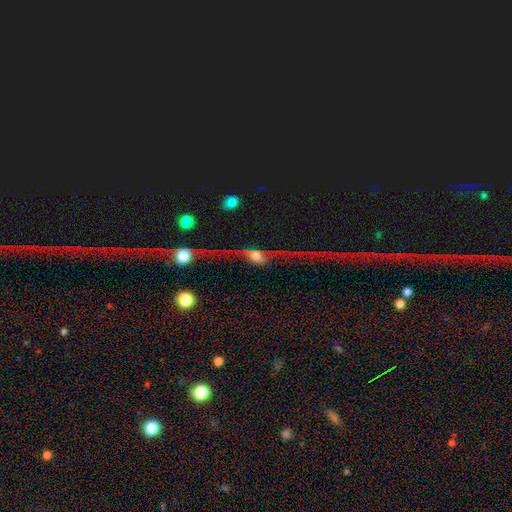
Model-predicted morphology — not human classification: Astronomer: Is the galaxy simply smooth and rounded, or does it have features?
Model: featured or disk — 72%.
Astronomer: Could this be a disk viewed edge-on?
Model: yes — 61% (runner-up: no, 39%).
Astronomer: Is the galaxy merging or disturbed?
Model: none — 45% (runner-up: major disturbance, 23%).